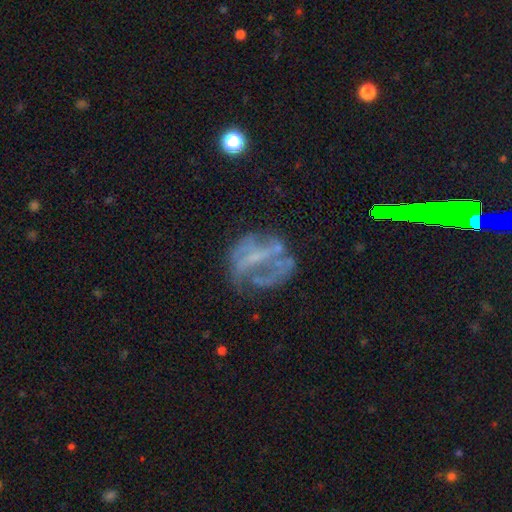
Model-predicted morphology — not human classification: smooth_or_featured: featured or disk (p=0.63) [alt: smooth p=0.21]
disk_edge_on: no (p=0.96) [alt: yes p=0.04]
bar: no (p=0.46) [alt: weak p=0.30]
has_spiral_arms: no (p=0.63) [alt: yes p=0.37]
bulge_size: none (p=0.60) [alt: small p=0.26]
merging: none (p=0.44) [alt: major disturbance p=0.31]